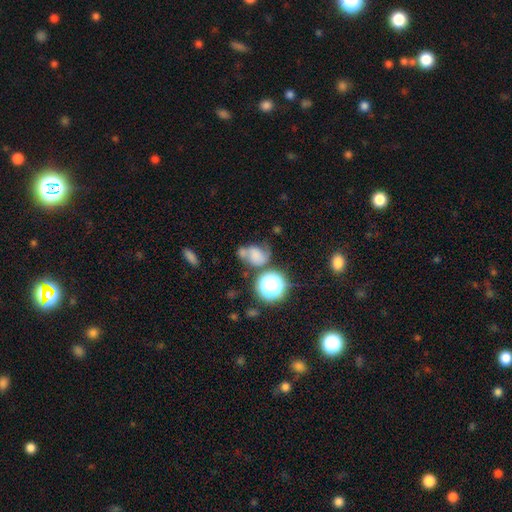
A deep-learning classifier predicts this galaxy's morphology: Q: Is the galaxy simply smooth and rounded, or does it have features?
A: smooth — 58%.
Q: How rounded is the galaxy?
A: round — 50%.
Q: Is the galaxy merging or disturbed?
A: none — 36%.